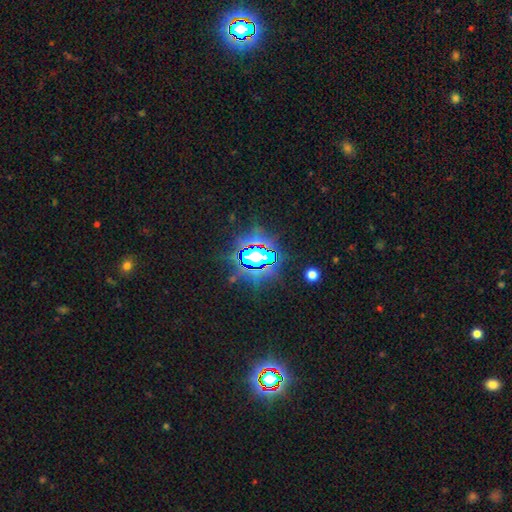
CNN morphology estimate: type=star or artifact (82%).